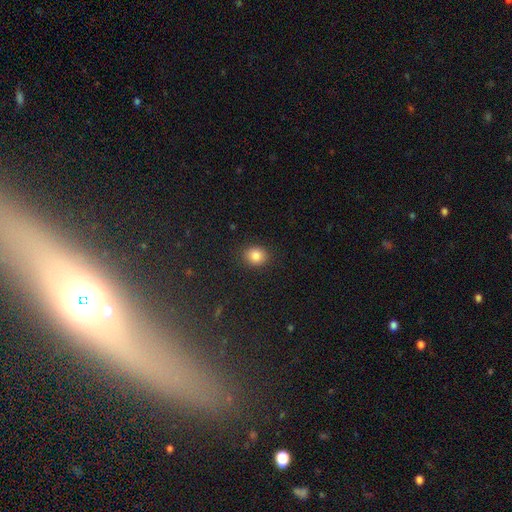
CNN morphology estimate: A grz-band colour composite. It shows a smooth galaxy with no disk features (85%) that is round (62%). Merging: none (88%).